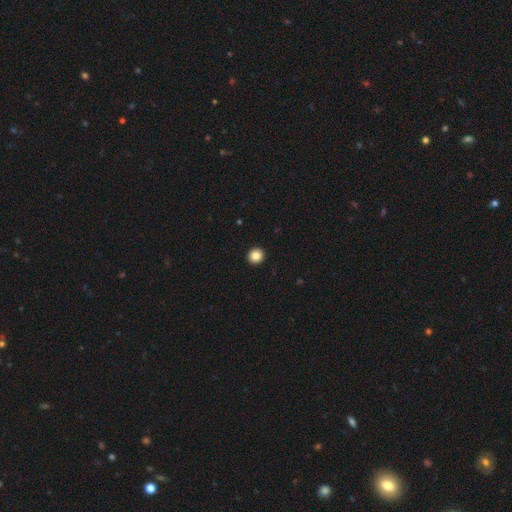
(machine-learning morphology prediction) Smooth or featured: smooth — 85% (star or artifact — 10%)
How rounded: round — 91% (in between — 9%)
Merging: none — 94% (minor disturbance — 4%)